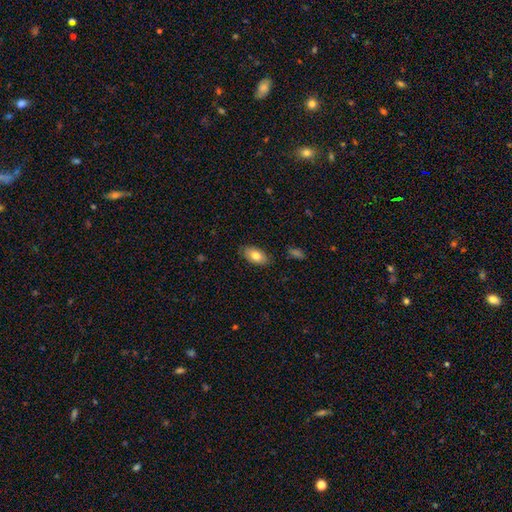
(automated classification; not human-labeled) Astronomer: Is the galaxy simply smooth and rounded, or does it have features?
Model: smooth — 79%.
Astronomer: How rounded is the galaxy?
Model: in between — 92%.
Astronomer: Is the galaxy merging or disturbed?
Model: none — 85%.